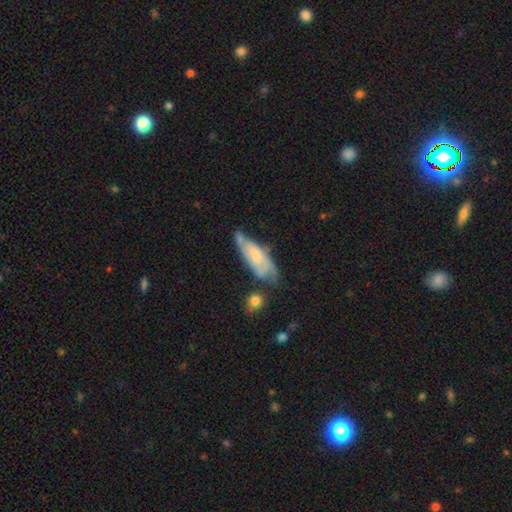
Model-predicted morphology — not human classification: featured or disk 51%, smooth 42%, star or artifact 7%. Down the decision tree: edge-on disk — no (74%); merging — none (45%).